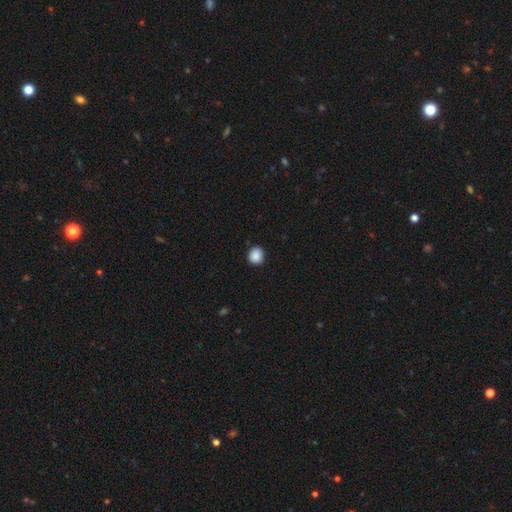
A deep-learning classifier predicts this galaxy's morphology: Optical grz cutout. It shows a smooth galaxy with no disk features (88%) that is round (83%). Merging: none (88%).